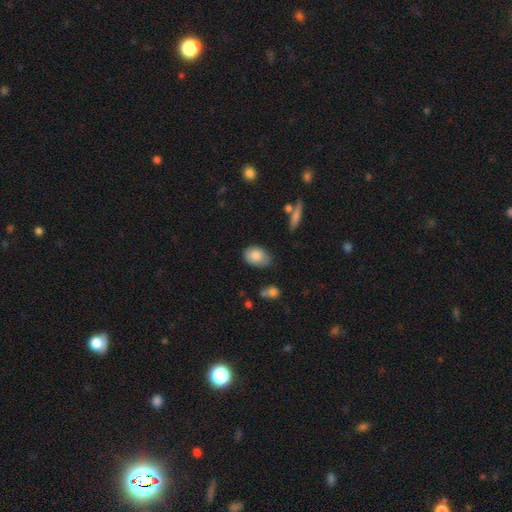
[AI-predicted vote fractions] The model was most divided on "merging": none: 66%, minor disturbance: 26%, major disturbance: 5%, merger: 3%. More confident: how rounded — in between (85%); smooth or featured — smooth (83%).